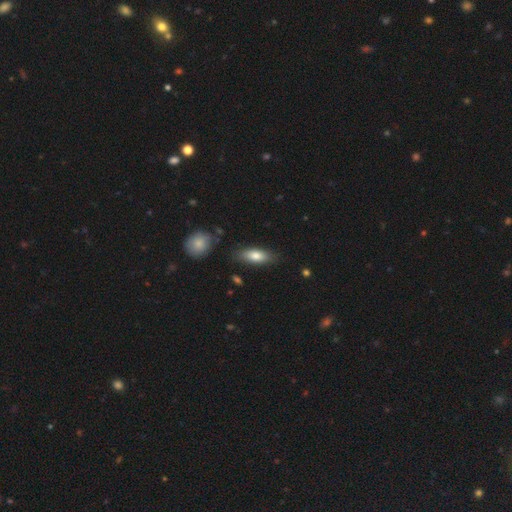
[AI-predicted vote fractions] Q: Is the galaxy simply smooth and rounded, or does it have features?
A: smooth — 78%.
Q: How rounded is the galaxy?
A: in between — 70%.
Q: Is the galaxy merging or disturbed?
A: none — 80%.